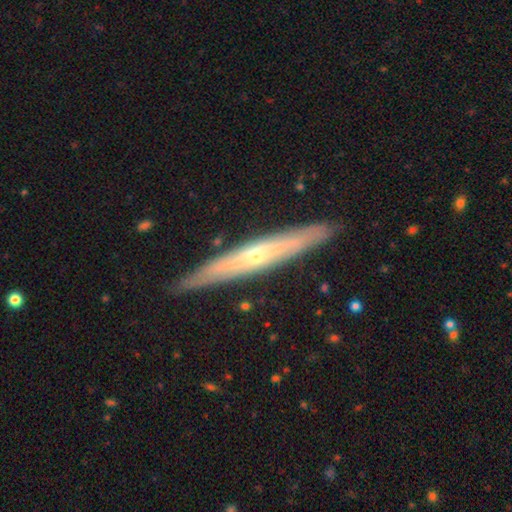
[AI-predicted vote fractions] smooth-or-featured: featured or disk: 71% | smooth: 23% | star or artifact: 6%
  disk-edge-on: yes: 91% | no: 9%
    edge-on-bulge: rounded: 66% | none: 31% | boxy: 3%
  merging: none: 88% | minor disturbance: 9% | major disturbance: 2% | merger: 1%